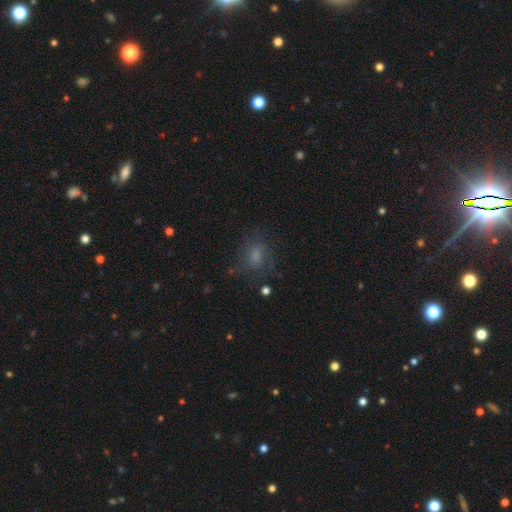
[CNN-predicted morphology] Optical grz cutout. It shows a smooth galaxy with no disk features (49%). Merging: none (57%).